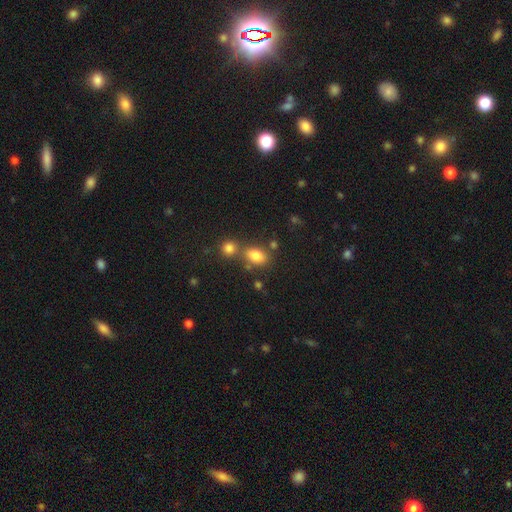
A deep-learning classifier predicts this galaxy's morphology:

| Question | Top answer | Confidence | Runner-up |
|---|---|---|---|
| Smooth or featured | smooth | 81% | star or artifact (11%) |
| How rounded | in between | 82% | round (15%) |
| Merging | none | 57% | merger (27%) |